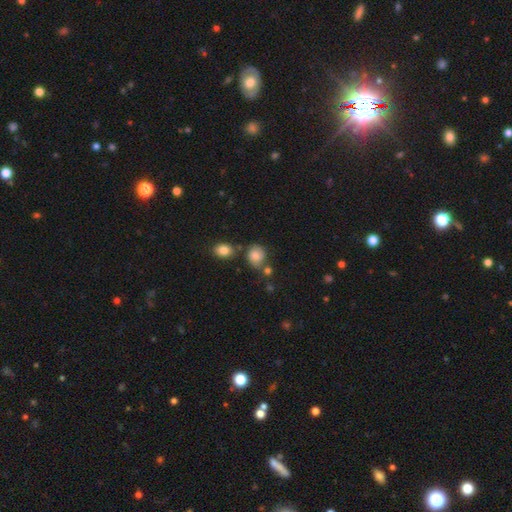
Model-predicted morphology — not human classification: This appears to be a smooth galaxy with no disk features (76%) that is round (66%). Merging: none (60%).